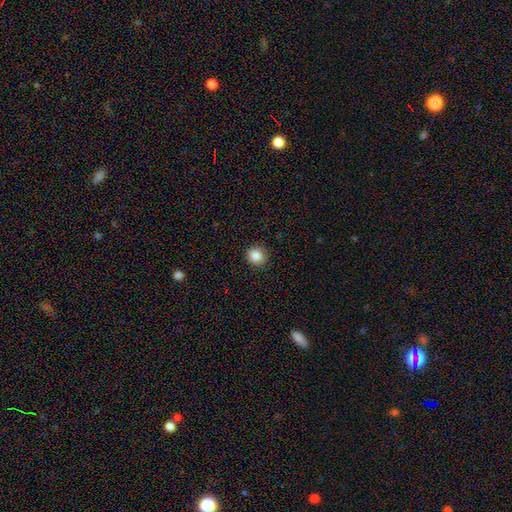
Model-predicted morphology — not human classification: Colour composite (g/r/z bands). It shows a smooth galaxy with no disk features (86%) that is round (90%). Merging: none (89%).